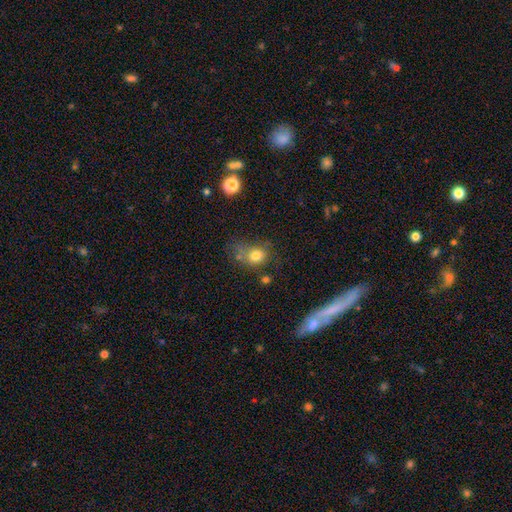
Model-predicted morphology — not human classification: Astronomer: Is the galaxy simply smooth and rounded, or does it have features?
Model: smooth — 75%.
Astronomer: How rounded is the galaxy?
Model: in between — 51% (runner-up: round, 47%).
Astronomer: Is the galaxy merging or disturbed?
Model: none — 36% (runner-up: minor disturbance, 27%).